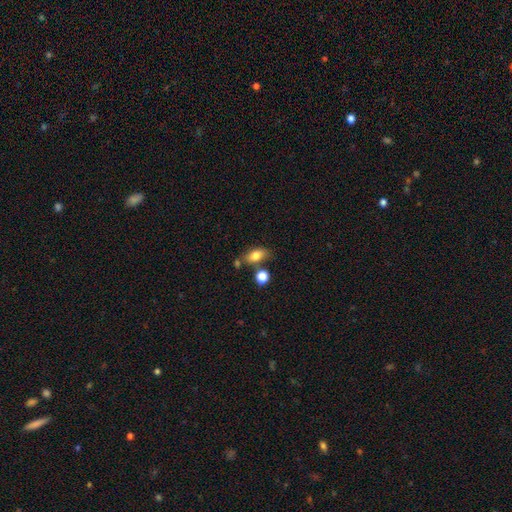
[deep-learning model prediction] Smooth or featured? Predicted: smooth (p=0.78). How rounded? Predicted: in between (p=0.81). Merging? Predicted: none (p=0.65).